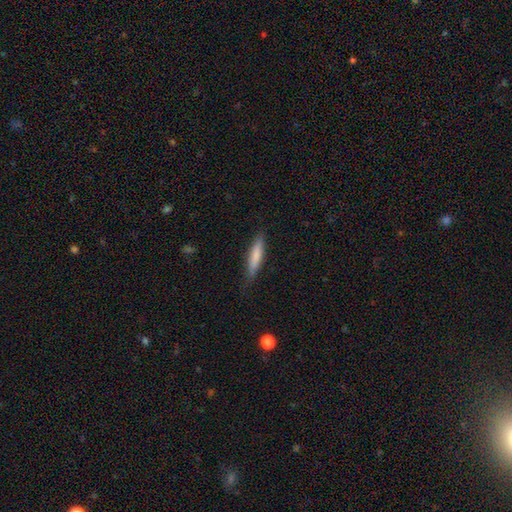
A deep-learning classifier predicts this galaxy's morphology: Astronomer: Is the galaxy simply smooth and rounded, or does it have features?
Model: smooth — 73%.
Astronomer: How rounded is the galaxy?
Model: cigar-shaped — 86%.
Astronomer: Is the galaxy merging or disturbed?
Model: none — 82%.